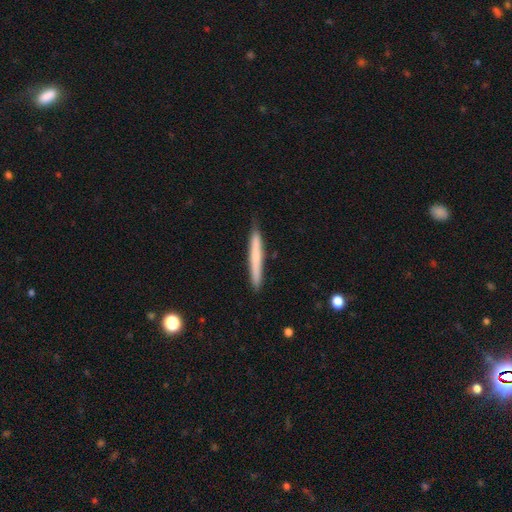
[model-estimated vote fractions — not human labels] Morphology: type=smooth (64%); roundness=cigar-shaped (97%); merging=none (87%).